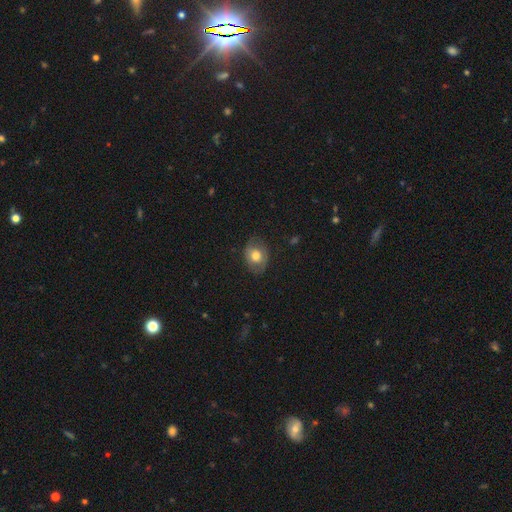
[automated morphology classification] A smooth galaxy with no disk features (69%) that is in between round and cigar-shaped (60%).

Vote fractions:
- Smooth or featured? smooth: 69% / featured or disk: 23% / star or artifact: 8%
- How rounded? in between: 60% / round: 39% / cigar-shaped: 1%
- Merging? none: 78% / minor disturbance: 16% / major disturbance: 5% / merger: 1%